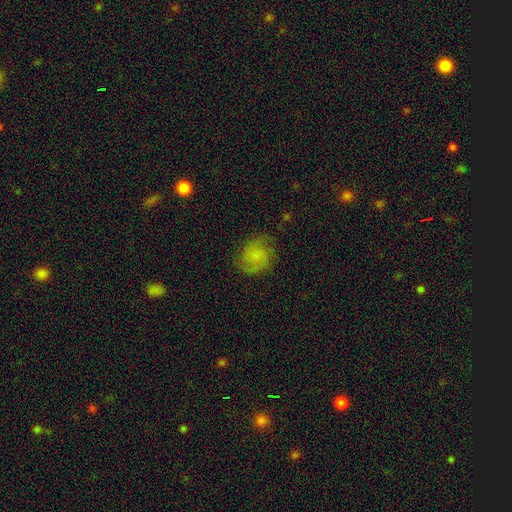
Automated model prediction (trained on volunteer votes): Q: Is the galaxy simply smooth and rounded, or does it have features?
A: smooth — 47%.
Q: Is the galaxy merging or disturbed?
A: none — 71%.